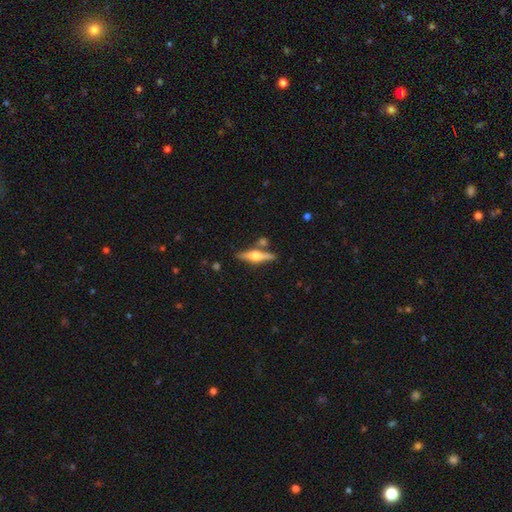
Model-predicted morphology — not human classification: A featured or disk galaxy (63%) viewed edge-on (96%) with a rounded central bulge (93%). Merging: none (77%).